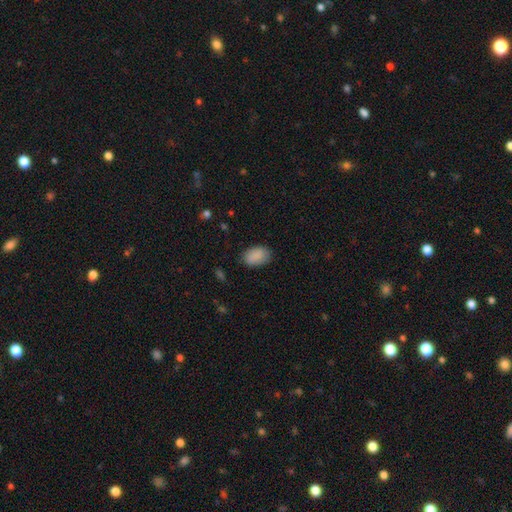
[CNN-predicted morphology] A smooth galaxy with no disk features (89%) that is in between round and cigar-shaped (88%). Merging: none (82%).